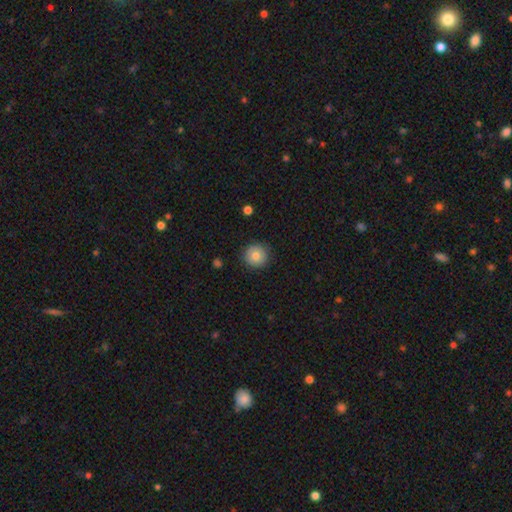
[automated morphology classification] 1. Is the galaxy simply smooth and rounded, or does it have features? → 77% smooth, 14% featured or disk, 9% star or artifact.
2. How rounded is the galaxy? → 95% round, 5% in between, 1% cigar-shaped.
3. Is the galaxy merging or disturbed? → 89% none, 8% minor disturbance, 2% major disturbance, 1% merger.